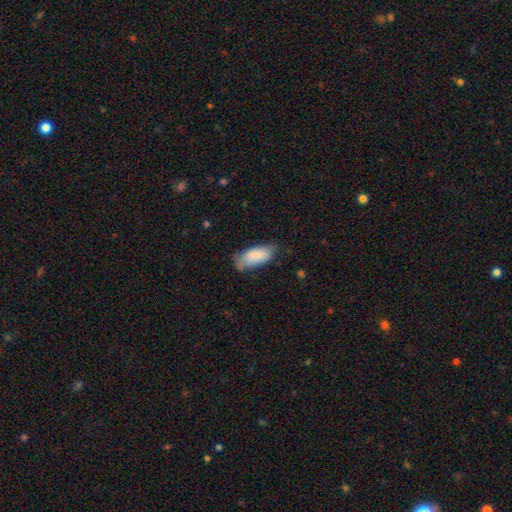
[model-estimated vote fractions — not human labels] Smooth or featured?
  - smooth: 83% *
  - featured or disk: 11%
  - star or artifact: 6%
How rounded?
  - in between: 87% *
  - cigar-shaped: 11%
  - round: 2%
Merging?
  - none: 63% *
  - minor disturbance: 29%
  - major disturbance: 6%
  - merger: 2%